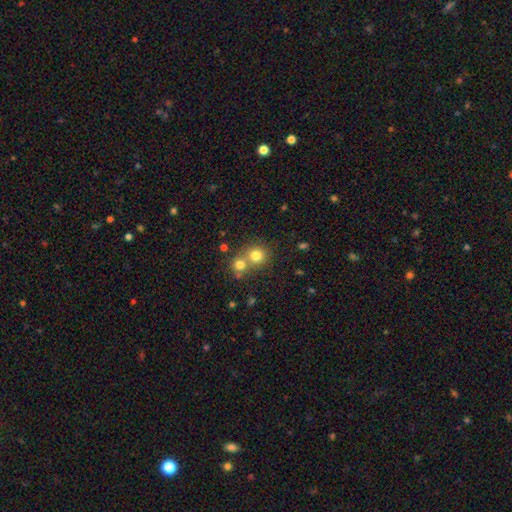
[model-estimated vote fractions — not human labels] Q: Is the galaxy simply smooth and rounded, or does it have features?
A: smooth — 76%.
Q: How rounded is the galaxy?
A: round — 87%.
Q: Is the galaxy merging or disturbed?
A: none — 47%.